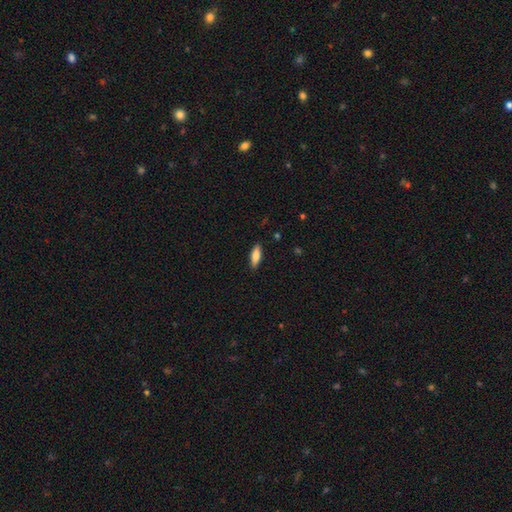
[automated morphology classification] smooth 76%, featured or disk 18%, star or artifact 6%. Down the decision tree: how rounded — in between (59%); merging — none (87%).